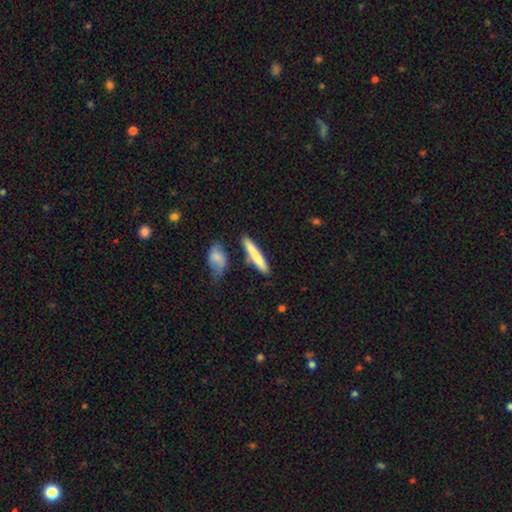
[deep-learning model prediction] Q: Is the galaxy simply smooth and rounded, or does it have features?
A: smooth — 76%.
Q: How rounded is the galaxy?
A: cigar-shaped — 90%.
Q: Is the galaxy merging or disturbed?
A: none — 76%.